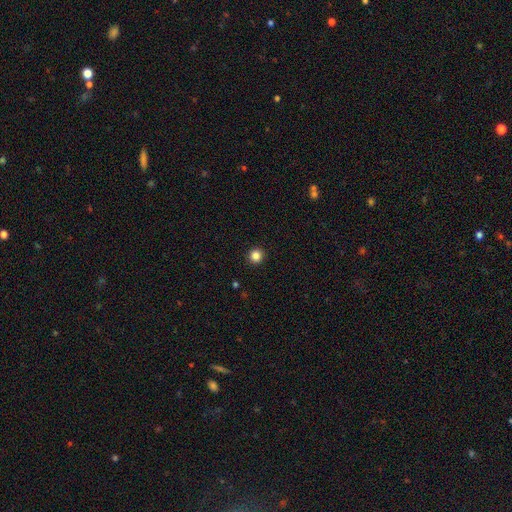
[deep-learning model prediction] Smooth or featured? smooth (85%)
How rounded? round (95%)
Merging? none (93%)